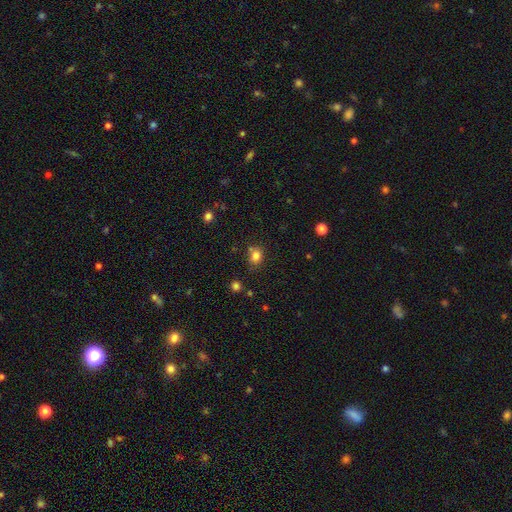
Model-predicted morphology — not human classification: smooth-or-featured: smooth: 80% | star or artifact: 14% | featured or disk: 6%
  how-rounded: round: 58% | in between: 41% | cigar-shaped: 1%
  merging: none: 67% | minor disturbance: 16% | merger: 13% | major disturbance: 5%